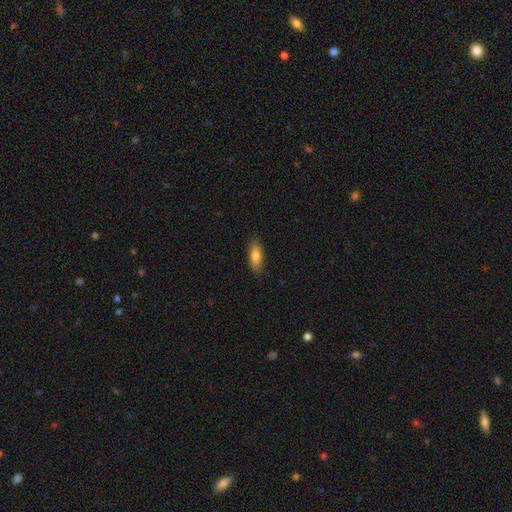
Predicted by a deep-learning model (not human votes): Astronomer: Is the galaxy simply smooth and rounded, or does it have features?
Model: smooth — 79%.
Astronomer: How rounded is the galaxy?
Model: in between — 67%.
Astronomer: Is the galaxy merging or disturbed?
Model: none — 86%.